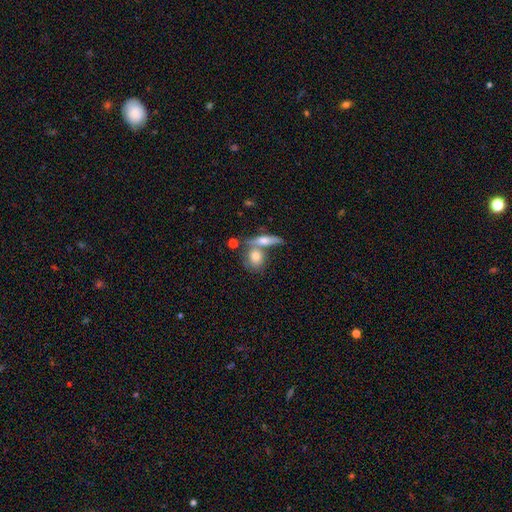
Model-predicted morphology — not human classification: Smooth or featured? Predicted: smooth (p=0.63). How rounded? Predicted: round (p=0.44). Merging? Predicted: none (p=0.50).